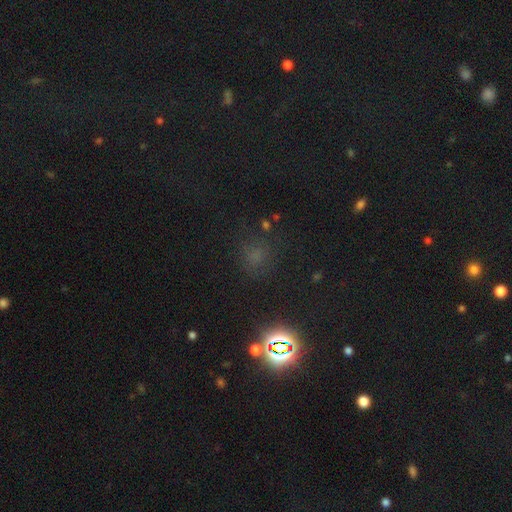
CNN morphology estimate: Q: Smooth or featured?
A: smooth (46%); tied with: star or artifact (46%)
Q: Merging?
A: none (75%); runner-up: minor disturbance (14%)